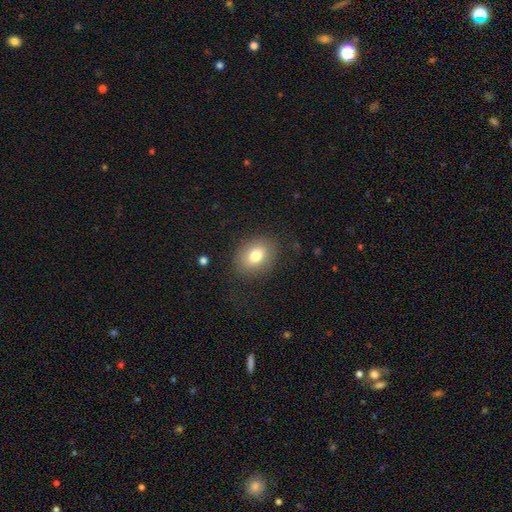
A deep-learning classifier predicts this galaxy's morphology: The model was most divided on "how rounded": in between: 62%, round: 37%, cigar-shaped: 1%. More confident: merging — none (83%); smooth or featured — smooth (78%).